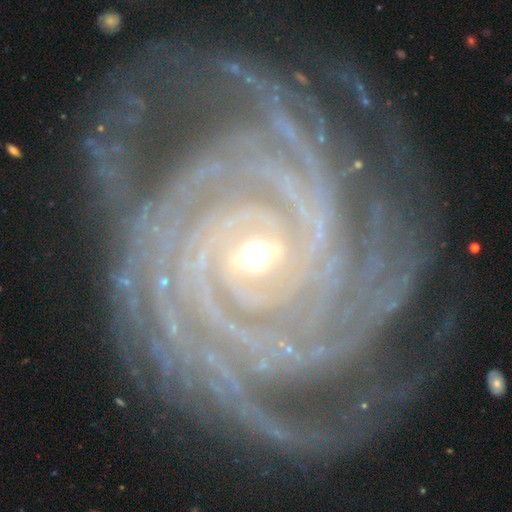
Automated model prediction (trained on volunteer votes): A featured or disk galaxy (93%) with no bar (41%), more than 4 (31%) tight (85%) spiral arms (99%) and a small central bulge (61%). Merging: none (78%).